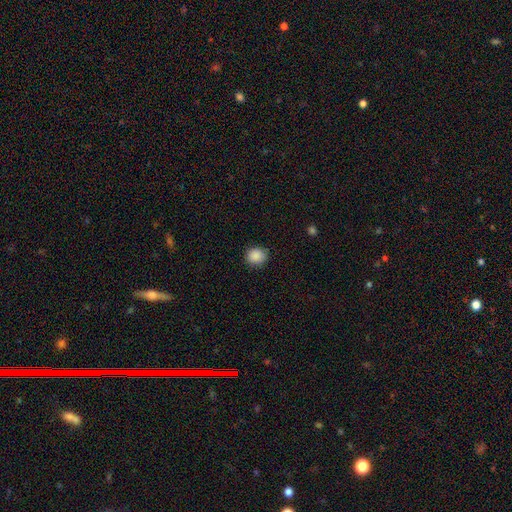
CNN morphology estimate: Overall: smooth (88%). How rounded: round (77%). Merging: none (85%).